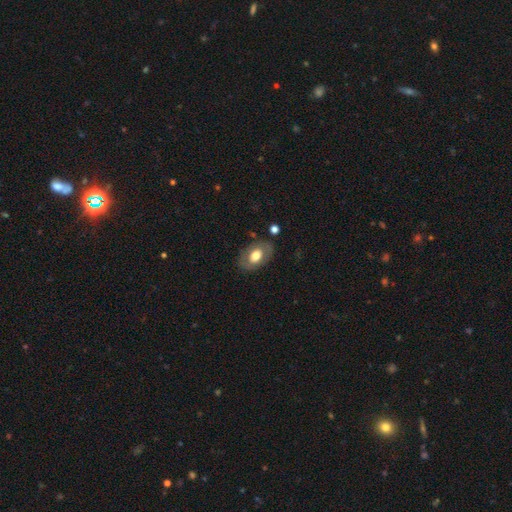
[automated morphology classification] Smooth or featured? smooth (62%)
How rounded? in between (85%)
Merging? none (80%)